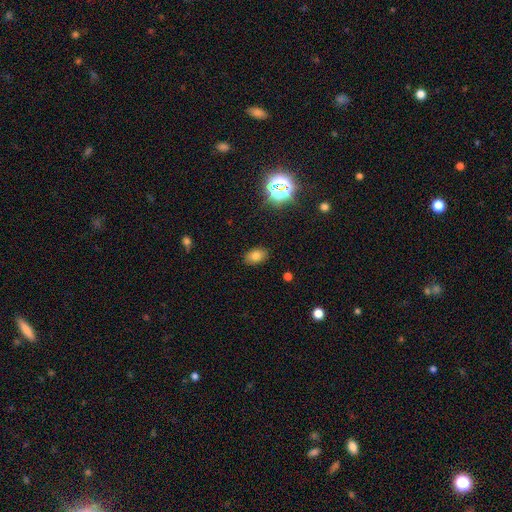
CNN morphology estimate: Smooth or featured? smooth (77%)
How rounded? in between (86%)
Merging? none (87%)